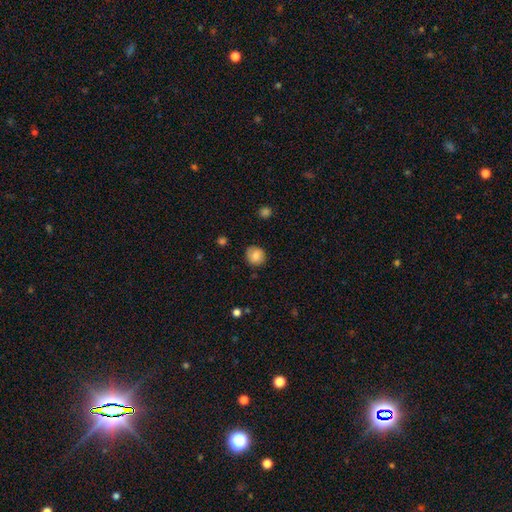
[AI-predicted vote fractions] A smooth galaxy with no disk features (81%) that is round (88%). Merging: none (86%).